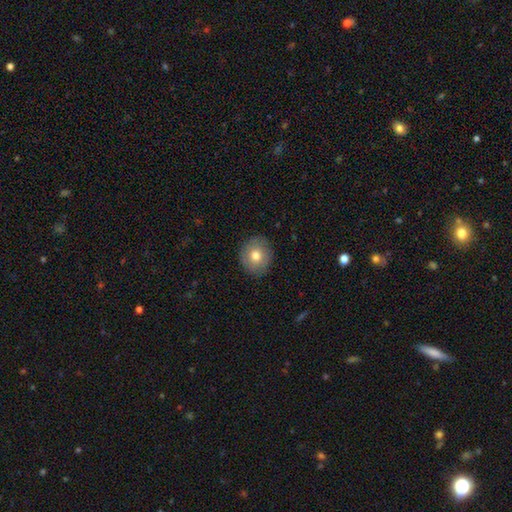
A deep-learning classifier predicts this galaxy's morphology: Smooth or featured: smooth — 75% (featured or disk — 16%)
How rounded: round — 83% (in between — 16%)
Merging: none — 88% (minor disturbance — 9%)